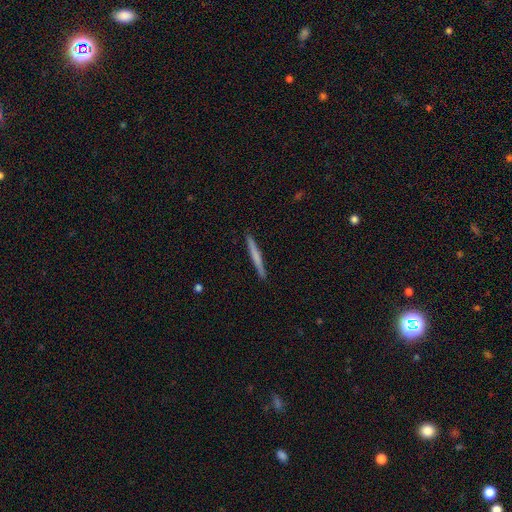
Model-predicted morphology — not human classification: Smooth or featured? Predicted: smooth (p=0.58). How rounded? Predicted: cigar-shaped (p=0.97). Merging? Predicted: none (p=0.92).